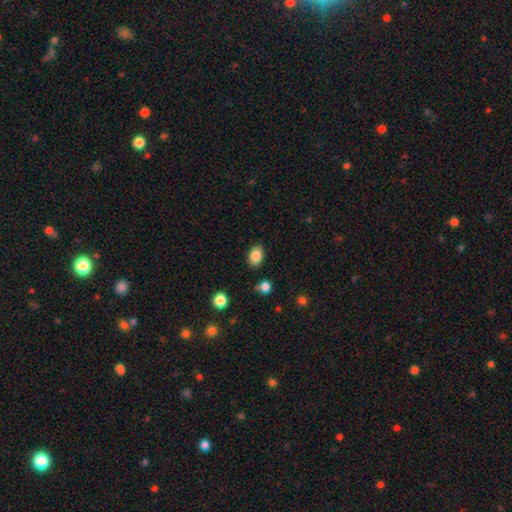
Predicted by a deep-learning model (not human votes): Smooth or featured? smooth (85%)
How rounded? in between (81%)
Merging? none (85%)